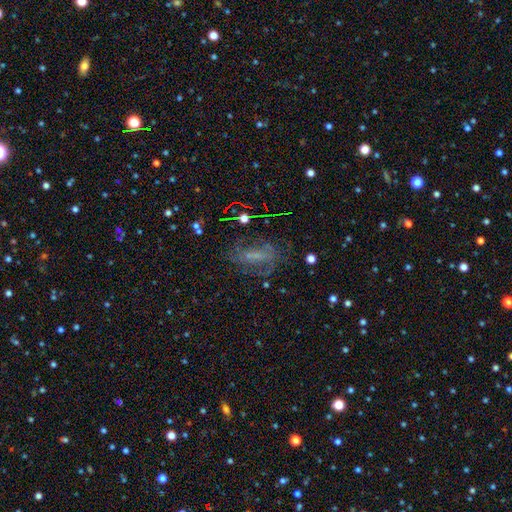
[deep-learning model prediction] Overall: featured or disk (51%; smooth 28%). Edge-on disk: no (88%). Merging: none (59%; minor disturbance 19%).